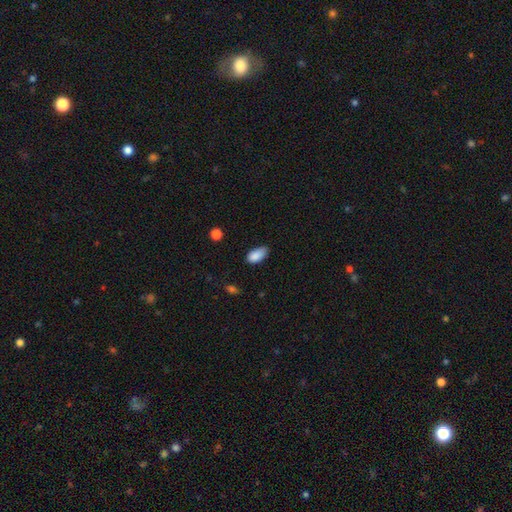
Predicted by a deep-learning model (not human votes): A smooth galaxy with no disk features (87%) that is in between round and cigar-shaped (93%).

Vote fractions:
- Smooth or featured? smooth: 87% / star or artifact: 8% / featured or disk: 5%
- How rounded? in between: 93% / cigar-shaped: 4% / round: 3%
- Merging? none: 61% / minor disturbance: 32% / major disturbance: 5% / merger: 2%